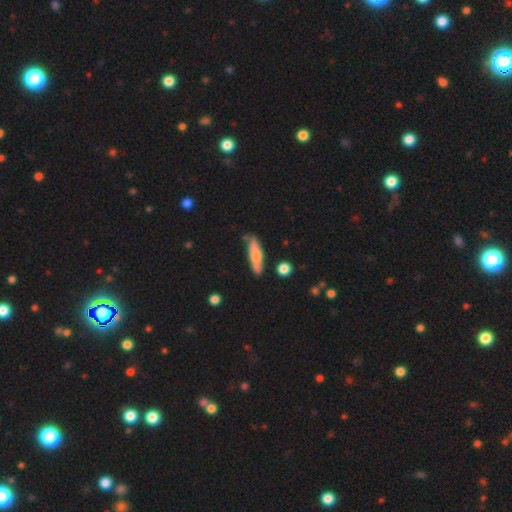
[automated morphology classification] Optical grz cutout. It shows a smooth galaxy with no disk features (61%) that is cigar-shaped (67%). Merging: none (77%).